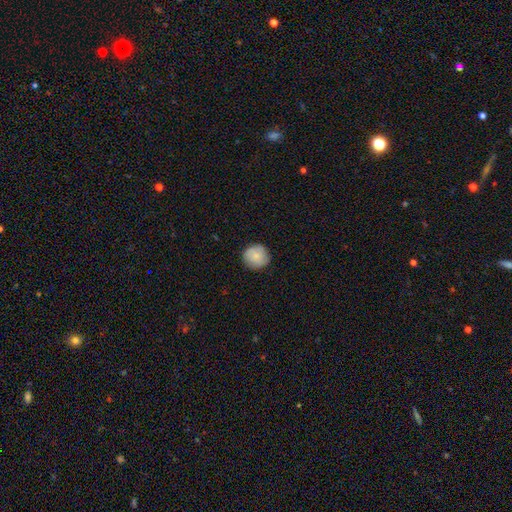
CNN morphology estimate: Smooth or featured? Predicted: smooth (p=0.78). How rounded? Predicted: round (p=0.91). Merging? Predicted: none (p=0.84).